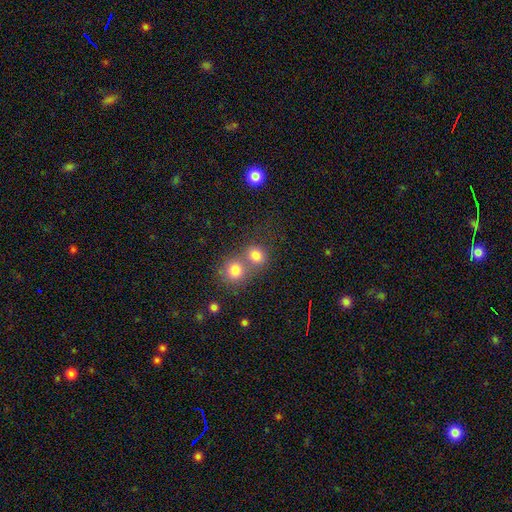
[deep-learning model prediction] smooth_or_featured: smooth (p=0.79) [alt: star or artifact p=0.13]
how_rounded: round (p=0.74) [alt: in between p=0.25]
merging: merger (p=0.46) [alt: none p=0.43]